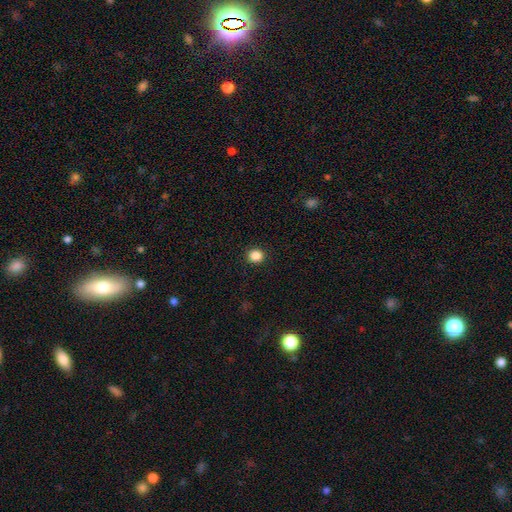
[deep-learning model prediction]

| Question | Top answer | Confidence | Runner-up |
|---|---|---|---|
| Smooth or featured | smooth | 86% | star or artifact (11%) |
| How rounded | round | 84% | in between (15%) |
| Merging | none | 92% | minor disturbance (5%) |